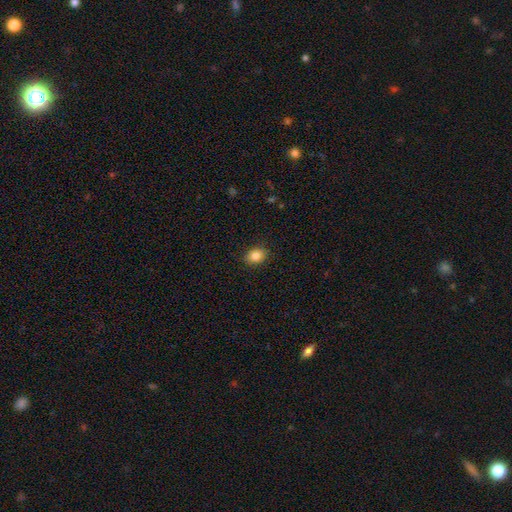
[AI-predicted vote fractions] Smooth or featured: smooth — 85% (star or artifact — 10%)
How rounded: in between — 56% (round — 43%)
Merging: none — 88% (minor disturbance — 9%)